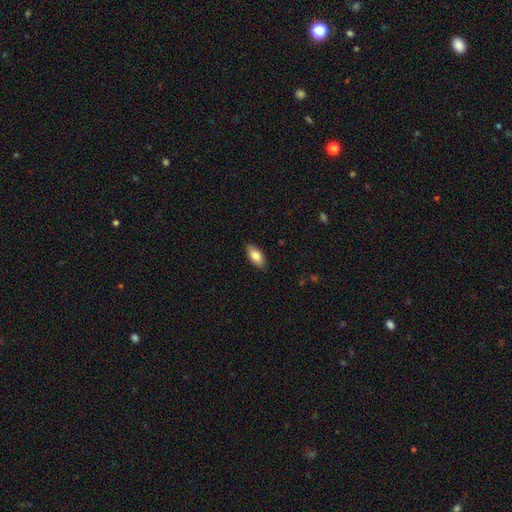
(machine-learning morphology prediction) A smooth galaxy with no disk features (82%) that is in between round and cigar-shaped (88%). Merging: none (88%).